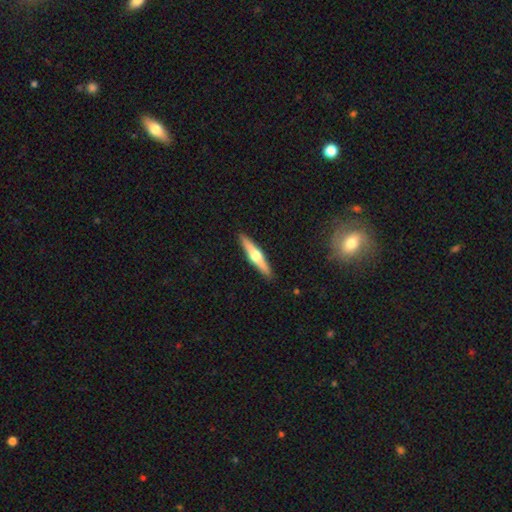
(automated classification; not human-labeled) A featured or disk galaxy (61%) viewed edge-on (96%) with a rounded central bulge (94%). Merging: none (91%).